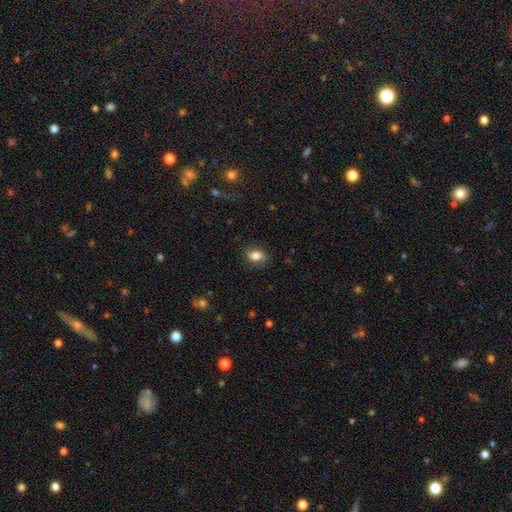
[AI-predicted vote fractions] A smooth galaxy with no disk features (72%) that is in between round and cigar-shaped (79%). Merging: none (76%).